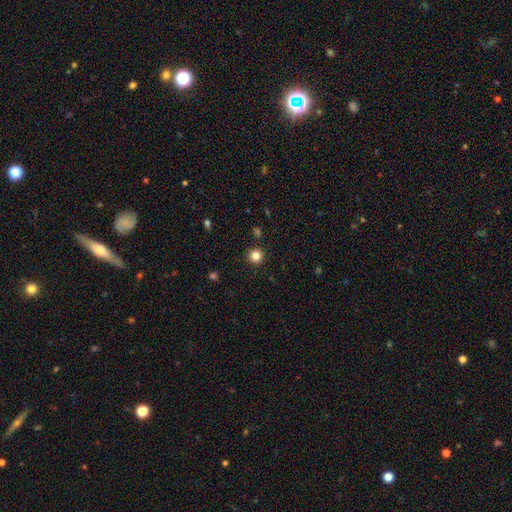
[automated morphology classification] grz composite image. It shows a smooth galaxy with no disk features (83%) that is round (95%). Merging: none (93%).